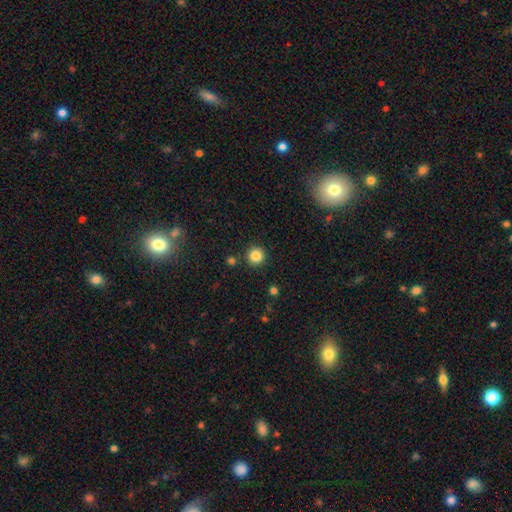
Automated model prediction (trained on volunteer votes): The model was most divided on "smooth or featured": smooth: 85%, star or artifact: 11%, featured or disk: 4%. More confident: how rounded — round (95%); merging — none (89%).